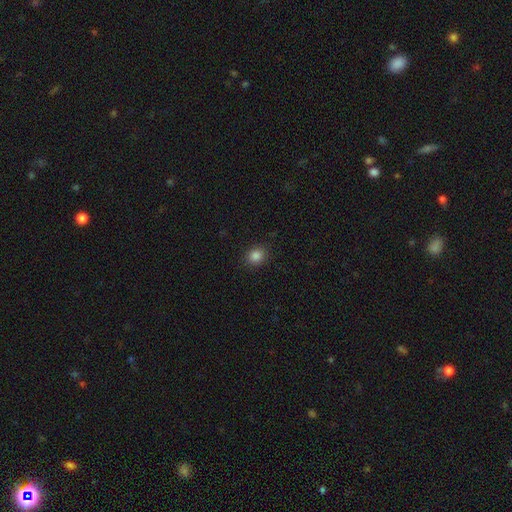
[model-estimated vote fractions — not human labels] Smooth or featured?
  - smooth: 85% *
  - star or artifact: 12%
  - featured or disk: 4%
How rounded?
  - round: 68% *
  - in between: 31%
  - cigar-shaped: 1%
Merging?
  - none: 89% *
  - minor disturbance: 8%
  - major disturbance: 2%
  - merger: 1%